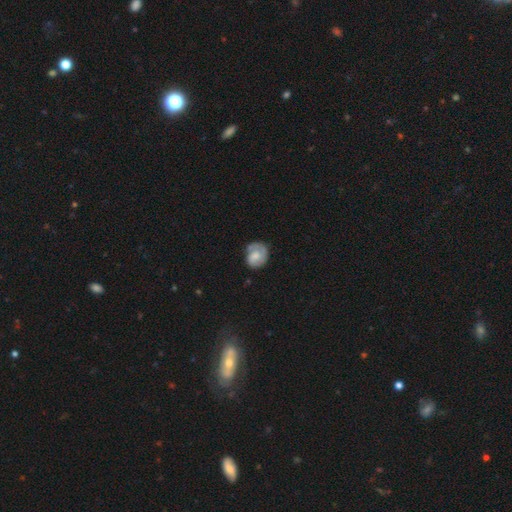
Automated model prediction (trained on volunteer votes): A smooth galaxy with no disk features (50%) that is round (55%).

Vote fractions:
- Smooth or featured? smooth: 50% / featured or disk: 43% / star or artifact: 7%
- How rounded? round: 55% / in between: 44% / cigar-shaped: 1%
- Merging? none: 58% / minor disturbance: 28% / major disturbance: 11% / merger: 3%